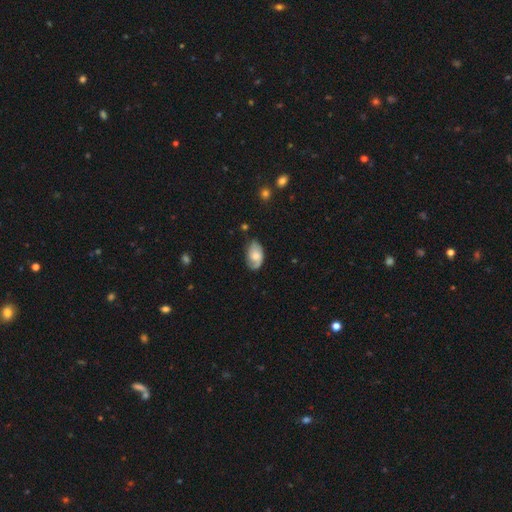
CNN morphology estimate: A smooth galaxy with no disk features (49%). Merging: none (65%).